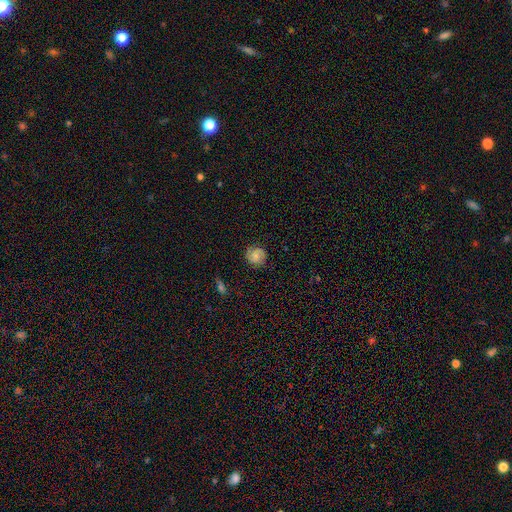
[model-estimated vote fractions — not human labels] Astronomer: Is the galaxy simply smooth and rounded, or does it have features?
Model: featured or disk — 58% (runner-up: smooth, 33%).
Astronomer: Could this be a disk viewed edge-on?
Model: no — 98%.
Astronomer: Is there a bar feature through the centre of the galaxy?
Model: no — 60%.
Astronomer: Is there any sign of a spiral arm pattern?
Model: yes — 93%.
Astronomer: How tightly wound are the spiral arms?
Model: tight — 53% (runner-up: medium, 37%).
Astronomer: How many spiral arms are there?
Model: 2 — 82%.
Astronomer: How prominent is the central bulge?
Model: small — 46% (runner-up: moderate, 31%).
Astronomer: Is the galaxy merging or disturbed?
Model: none — 82%.